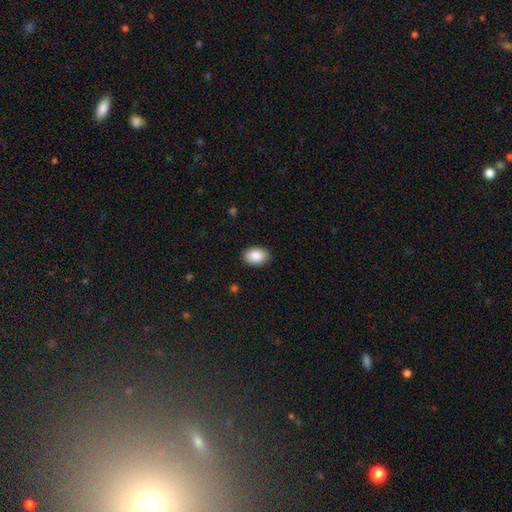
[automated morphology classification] Q: Smooth or featured?
A: smooth (89%); runner-up: star or artifact (7%)
Q: How rounded?
A: in between (85%); runner-up: round (14%)
Q: Merging?
A: none (87%); runner-up: minor disturbance (10%)